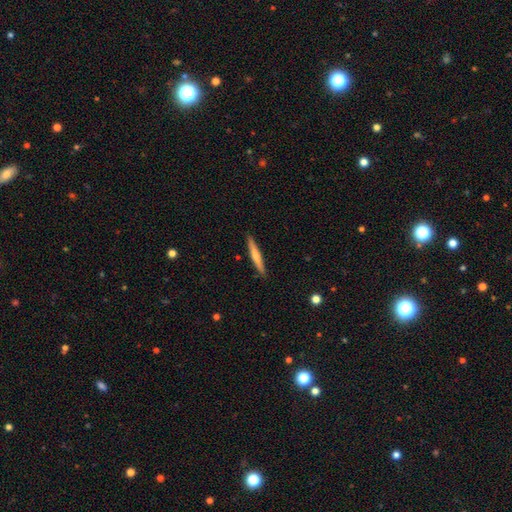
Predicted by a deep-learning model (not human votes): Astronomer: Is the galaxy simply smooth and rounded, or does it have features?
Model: smooth — 57% (runner-up: featured or disk, 38%).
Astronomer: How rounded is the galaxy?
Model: cigar-shaped — 95%.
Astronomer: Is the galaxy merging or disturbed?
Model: none — 90%.